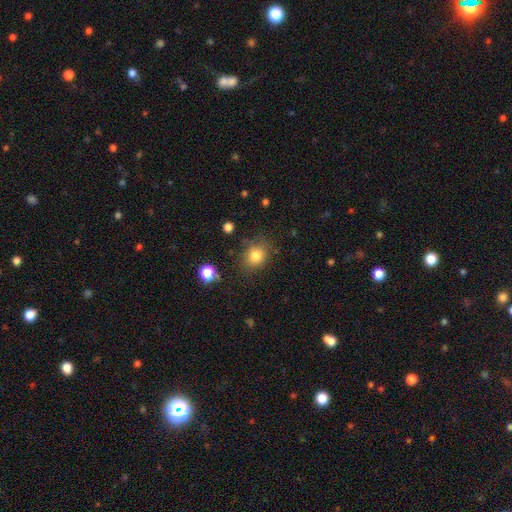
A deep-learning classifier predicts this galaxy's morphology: Smooth or featured? smooth (81%)
How rounded? round (66%)
Merging? none (77%)